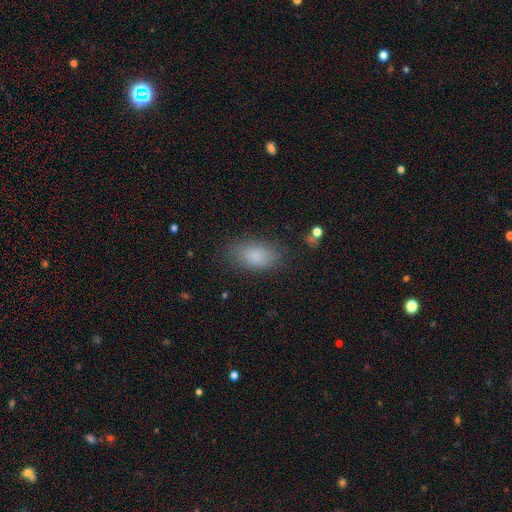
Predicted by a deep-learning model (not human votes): Morphology: type=smooth (85%); roundness=in between (91%); merging=none (77%).